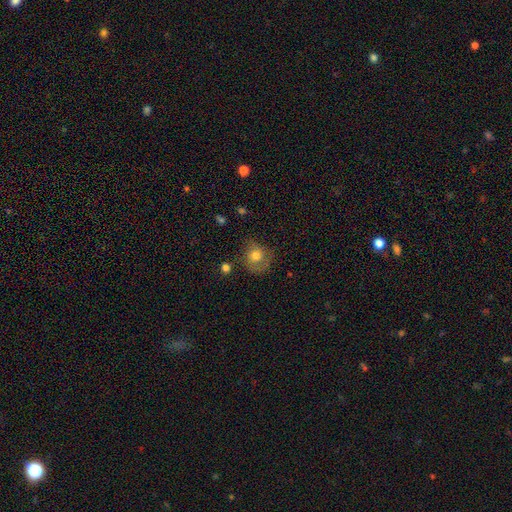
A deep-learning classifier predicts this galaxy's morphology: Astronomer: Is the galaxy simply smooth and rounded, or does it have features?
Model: smooth — 72%.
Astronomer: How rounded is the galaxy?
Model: round — 79%.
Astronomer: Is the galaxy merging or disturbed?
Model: none — 62%.